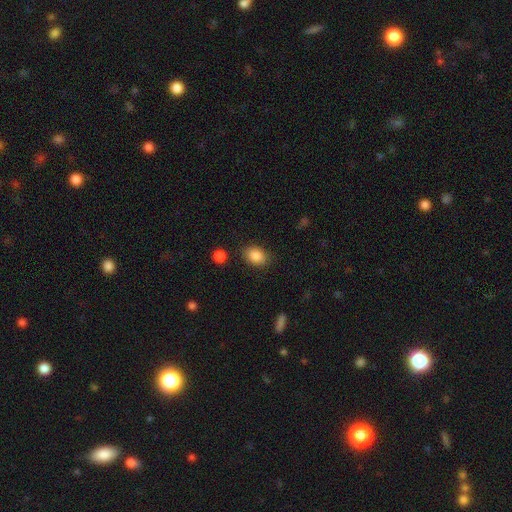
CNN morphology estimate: Smooth or featured? Predicted: smooth (p=0.87). How rounded? Predicted: in between (p=0.75). Merging? Predicted: none (p=0.83).